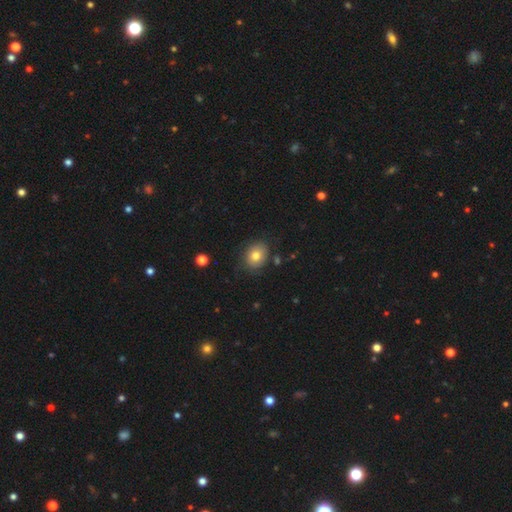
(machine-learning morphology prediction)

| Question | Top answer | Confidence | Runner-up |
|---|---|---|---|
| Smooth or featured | smooth | 79% | featured or disk (12%) |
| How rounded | round | 54% | in between (46%) |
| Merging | none | 81% | minor disturbance (13%) |